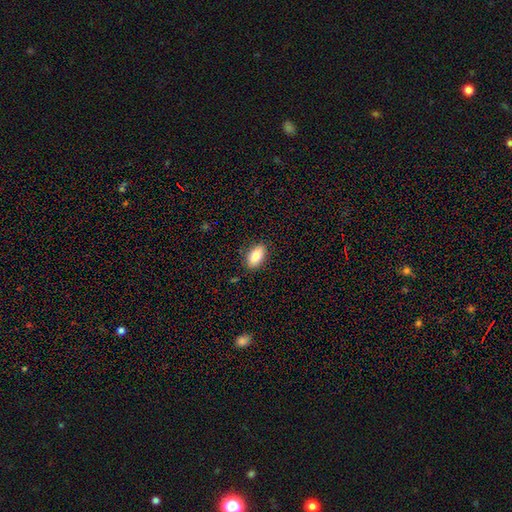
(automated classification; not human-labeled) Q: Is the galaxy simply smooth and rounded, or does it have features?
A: smooth — 82%.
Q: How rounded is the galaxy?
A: in between — 91%.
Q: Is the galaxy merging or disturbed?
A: none — 87%.